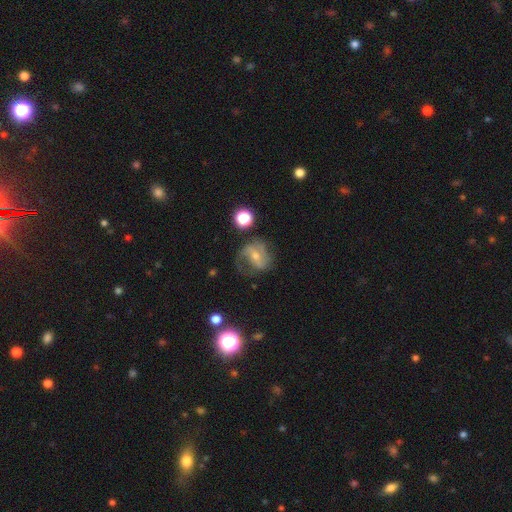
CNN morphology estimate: featured or disk 73%, smooth 16%, star or artifact 11%. Down the decision tree: edge-on disk — no (96%); bar — weak (43%); spiral arms — yes (88%); spiral arm count — 2 (60%); spiral winding — medium (46%); bulge size — small (48%); merging — none (61%).